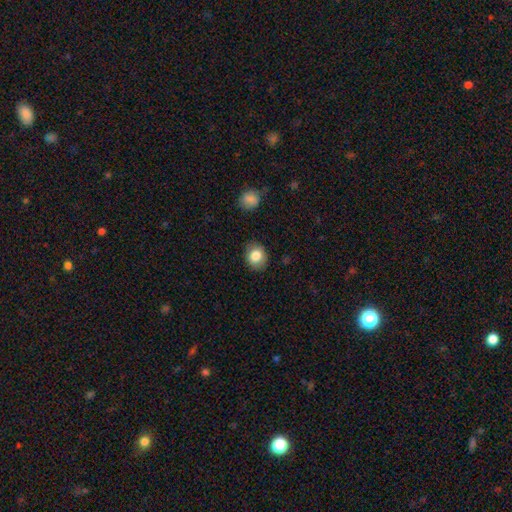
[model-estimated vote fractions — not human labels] Q: Smooth or featured?
A: smooth (82%); runner-up: star or artifact (9%)
Q: How rounded?
A: round (63%); runner-up: in between (36%)
Q: Merging?
A: none (85%); runner-up: minor disturbance (11%)